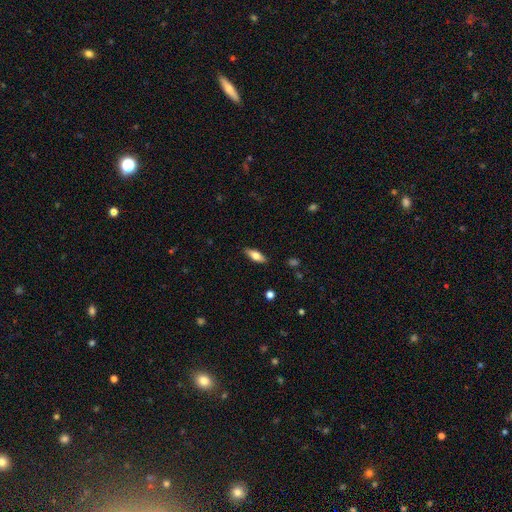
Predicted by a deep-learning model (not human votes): smooth-or-featured: smooth: 66% | featured or disk: 28% | star or artifact: 7%
  how-rounded: in between: 69% | cigar-shaped: 29% | round: 3%
  merging: none: 87% | minor disturbance: 10% | major disturbance: 2% | merger: 1%